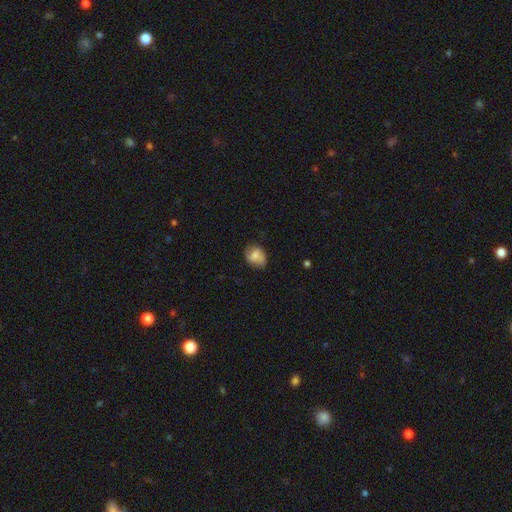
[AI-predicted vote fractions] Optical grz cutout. It shows a smooth galaxy with no disk features (59%) that is in between round and cigar-shaped (54%). Merging: none (69%).